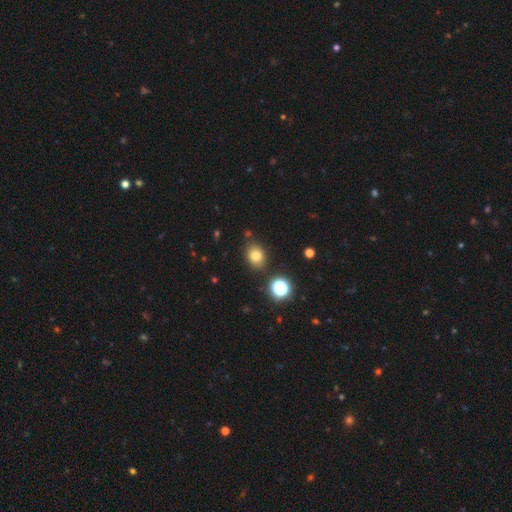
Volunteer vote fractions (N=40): Volunteers were most divided on "how rounded": in between: 81%, round: 19%, cigar-shaped: 0%. More confident: merging — none (89%); smooth or featured — smooth (80%).